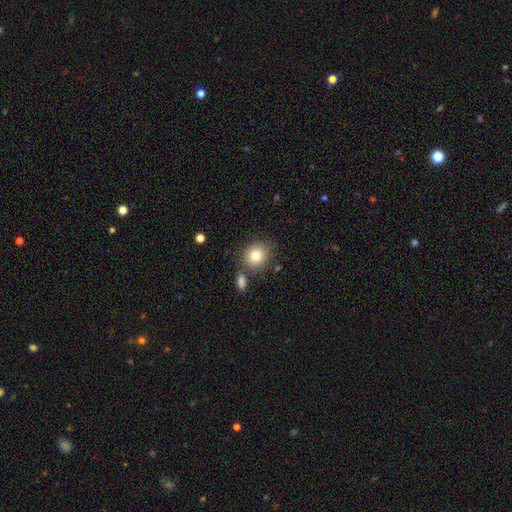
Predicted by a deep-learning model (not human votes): A smooth galaxy with no disk features (80%) that is round (77%). Merging: none (73%).